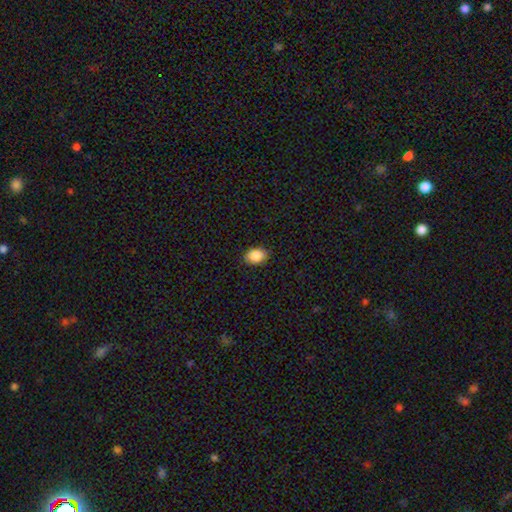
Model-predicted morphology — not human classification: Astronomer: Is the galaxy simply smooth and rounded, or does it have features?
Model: smooth — 87%.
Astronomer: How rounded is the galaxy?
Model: in between — 72%.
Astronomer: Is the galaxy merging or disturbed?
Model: none — 89%.